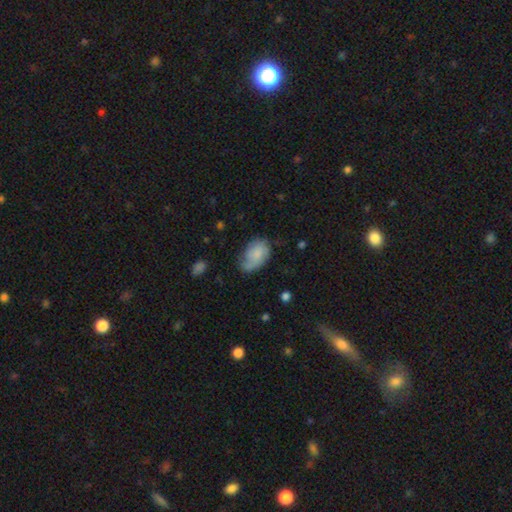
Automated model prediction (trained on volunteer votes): A smooth galaxy with no disk features (67%) that is in between round and cigar-shaped (89%).

Vote fractions:
- Smooth or featured? smooth: 67% / featured or disk: 26% / star or artifact: 7%
- How rounded? in between: 89% / round: 10% / cigar-shaped: 1%
- Merging? none: 46% / minor disturbance: 35% / major disturbance: 15% / merger: 4%